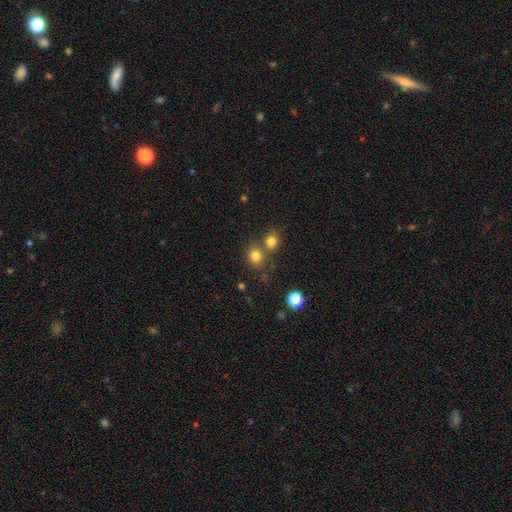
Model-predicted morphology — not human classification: Smooth or featured: smooth — 79% (star or artifact — 15%)
How rounded: round — 75% (in between — 24%)
Merging: none — 59% (merger — 30%)